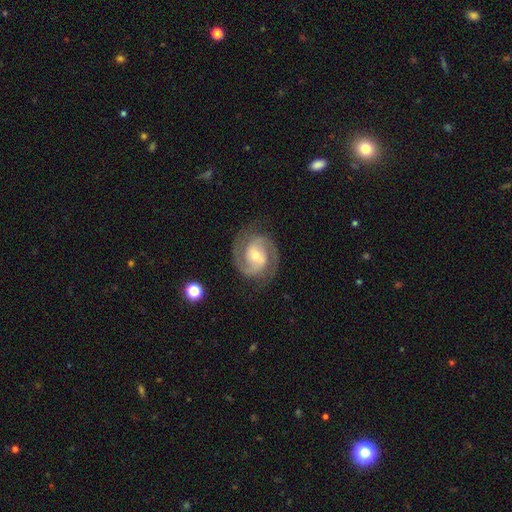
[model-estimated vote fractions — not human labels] featured or disk 90%, smooth 5%, star or artifact 5%. Down the decision tree: edge-on disk — no (98%); bar — weak (41%); spiral arms — yes (98%); spiral arm count — 2 (90%); spiral winding — medium (48%); bulge size — small (52%); merging — none (82%).